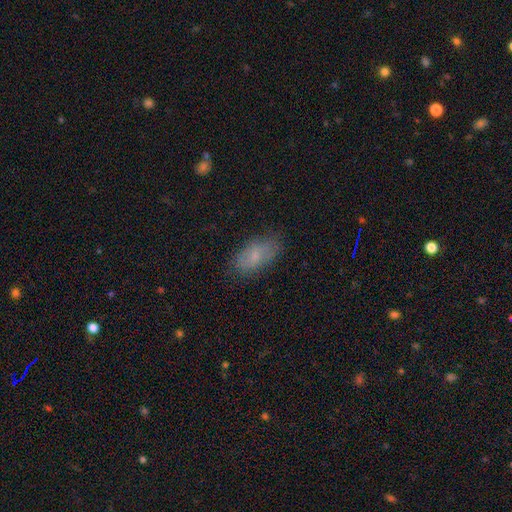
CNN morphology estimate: smooth 71%, featured or disk 20%, star or artifact 9%. Down the decision tree: how rounded — in between (89%); merging — none (76%).